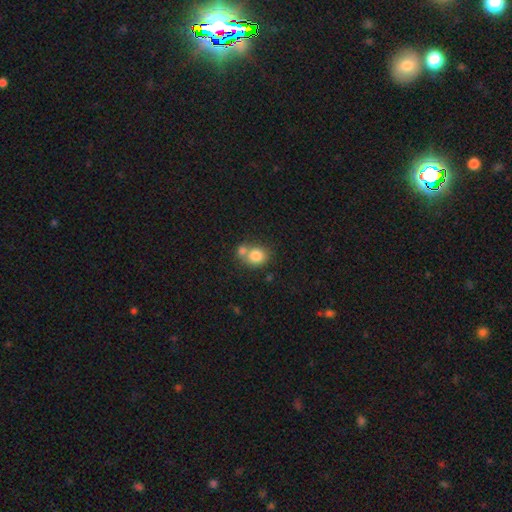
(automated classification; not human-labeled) Overall: smooth (81%). How rounded: round (72%). Merging: merger (45%; none 43%).